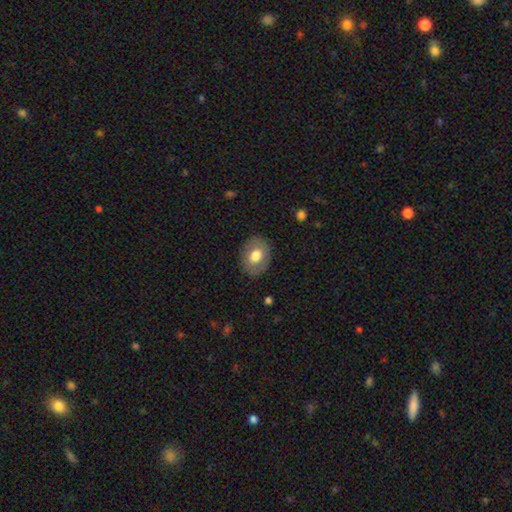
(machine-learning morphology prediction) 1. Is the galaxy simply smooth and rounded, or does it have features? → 70% smooth, 23% featured or disk, 7% star or artifact.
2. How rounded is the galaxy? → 60% in between, 39% round, 1% cigar-shaped.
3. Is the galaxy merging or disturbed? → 85% none, 11% minor disturbance, 3% major disturbance, 1% merger.